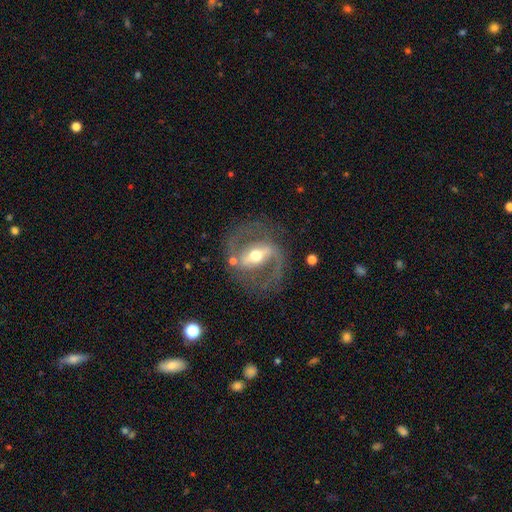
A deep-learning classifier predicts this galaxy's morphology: smooth-or-featured: featured or disk: 87% | smooth: 8% | star or artifact: 5%
  disk-edge-on: no: 94% | yes: 6%
    bar: strong: 60% | weak: 28% | no: 12%
    has-spiral-arms: yes: 88% | no: 12%
      spiral-winding: medium: 57% | loose: 25% | tight: 18%
      spiral-arm-count: 2: 89% | can't tell: 4% | 1: 4% | 3: 1% | 4: 1% | more than 4: 1%
    bulge-size: moderate: 69% | small: 18% | large: 11% | dominant: 1% | none: 1%
  merging: none: 74% | minor disturbance: 14% | major disturbance: 10% | merger: 3%